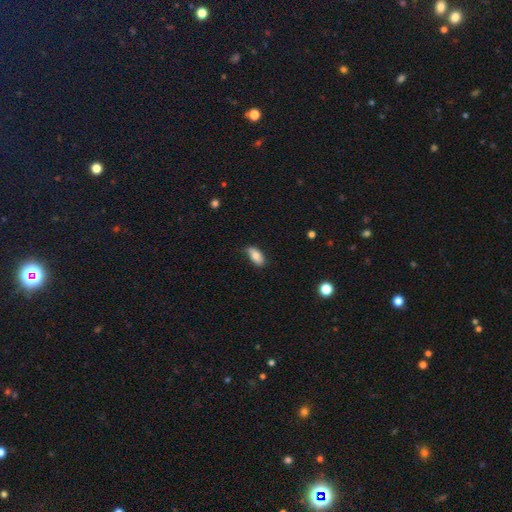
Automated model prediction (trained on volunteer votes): Q: Smooth or featured?
A: smooth (78%); runner-up: featured or disk (16%)
Q: How rounded?
A: in between (90%); runner-up: cigar-shaped (7%)
Q: Merging?
A: none (62%); runner-up: minor disturbance (30%)